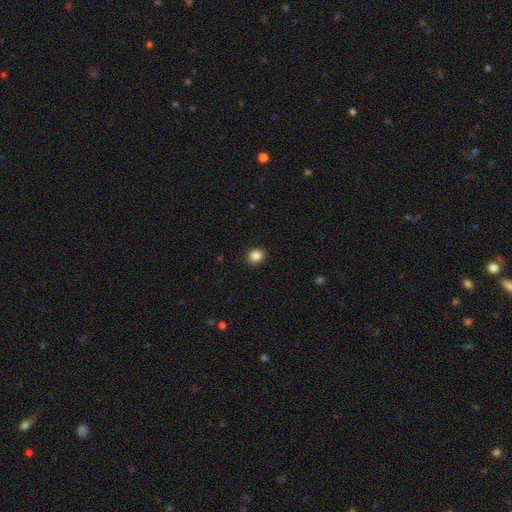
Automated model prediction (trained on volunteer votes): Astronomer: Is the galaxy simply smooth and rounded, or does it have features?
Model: smooth — 86%.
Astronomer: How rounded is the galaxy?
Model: round — 78%.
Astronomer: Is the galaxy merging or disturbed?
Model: none — 91%.